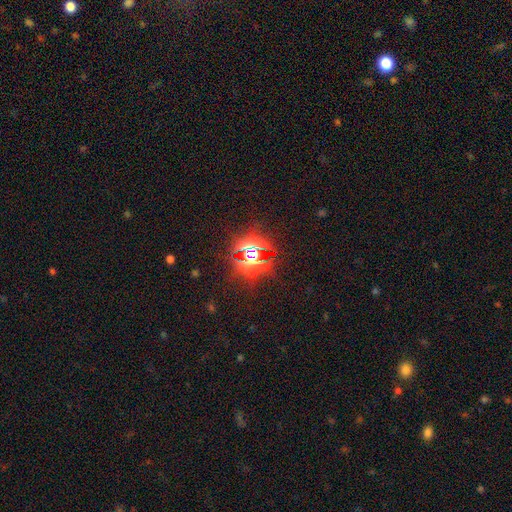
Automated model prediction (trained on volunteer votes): Smooth or featured?
  - star or artifact: 77% *
  - smooth: 14%
  - featured or disk: 9%